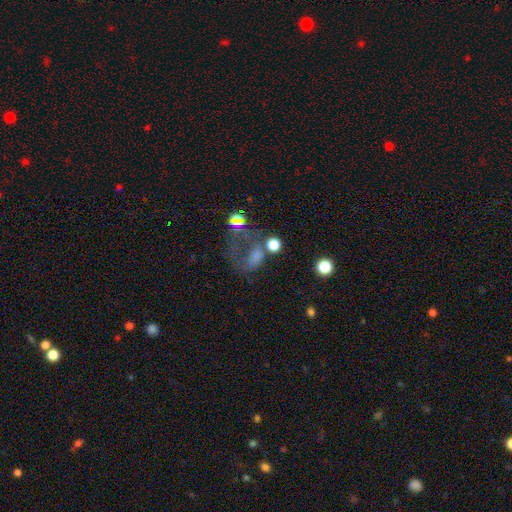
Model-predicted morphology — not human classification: A smooth galaxy with no disk features (39%).

Vote fractions:
- Smooth or featured? smooth: 39% / star or artifact: 30% / featured or disk: 30%
- Merging? major disturbance: 44% / none: 26% / merger: 16% / minor disturbance: 14%